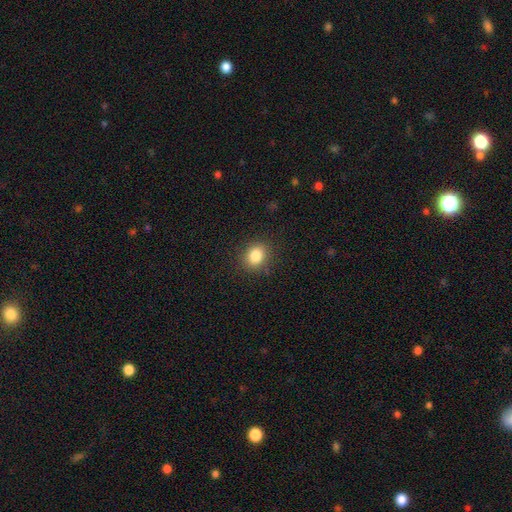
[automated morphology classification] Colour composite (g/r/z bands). It shows a smooth galaxy with no disk features (84%) that is round (62%). Merging: none (88%).